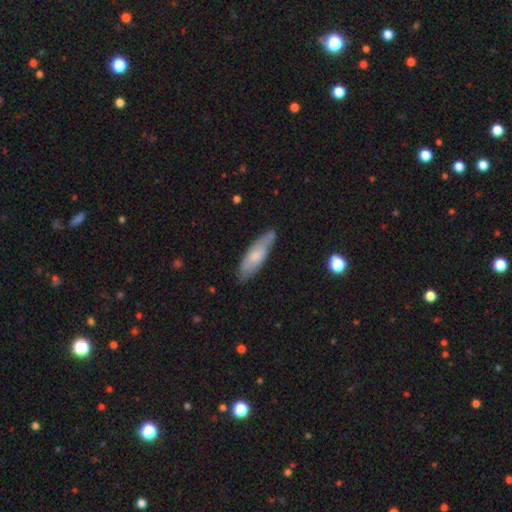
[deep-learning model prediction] A smooth galaxy with no disk features (63%) that is cigar-shaped (54%).

Vote fractions:
- Smooth or featured? smooth: 63% / featured or disk: 31% / star or artifact: 6%
- How rounded? cigar-shaped: 54% / in between: 44% / round: 2%
- Merging? none: 71% / minor disturbance: 22% / major disturbance: 4% / merger: 2%